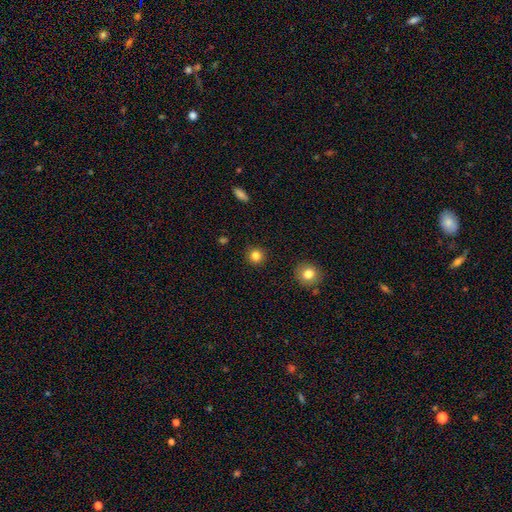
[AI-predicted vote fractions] A smooth galaxy with no disk features (83%) that is round (94%).

Vote fractions:
- Smooth or featured? smooth: 83% / star or artifact: 12% / featured or disk: 5%
- How rounded? round: 94% / in between: 5% / cigar-shaped: 1%
- Merging? none: 91% / minor disturbance: 6% / major disturbance: 2% / merger: 1%